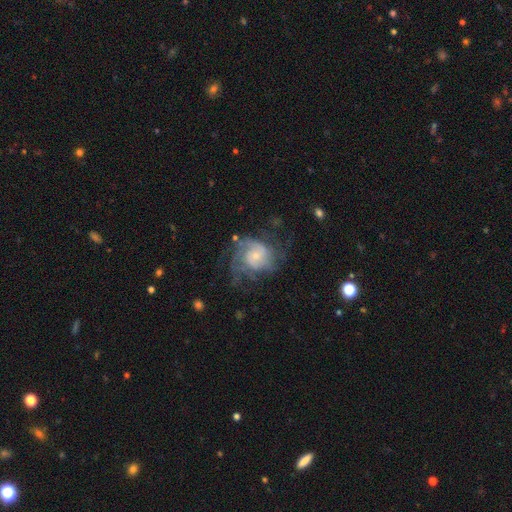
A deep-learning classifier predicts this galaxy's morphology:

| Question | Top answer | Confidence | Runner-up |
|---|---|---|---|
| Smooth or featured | featured or disk | 76% | smooth (16%) |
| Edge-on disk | no | 98% | yes (2%) |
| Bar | no | 73% | weak (24%) |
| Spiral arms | yes | 89% | no (11%) |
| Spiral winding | medium | 41% | tight (40%) |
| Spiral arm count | can't tell | 37% | 2 (22%) |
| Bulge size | small | 65% | moderate (27%) |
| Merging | none | 51% | major disturbance (25%) |